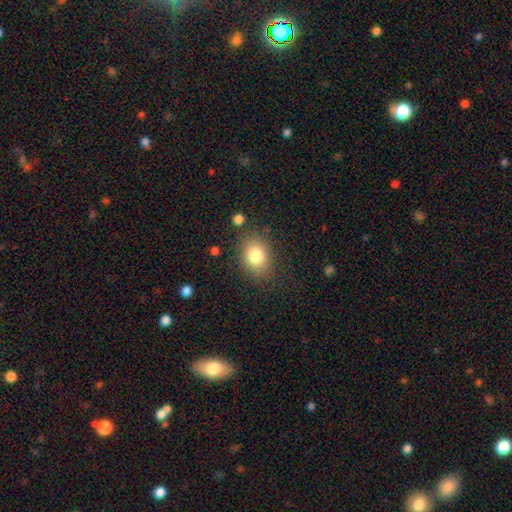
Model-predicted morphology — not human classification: type=smooth (81%); roundness=in between (61%); merging=none (81%).